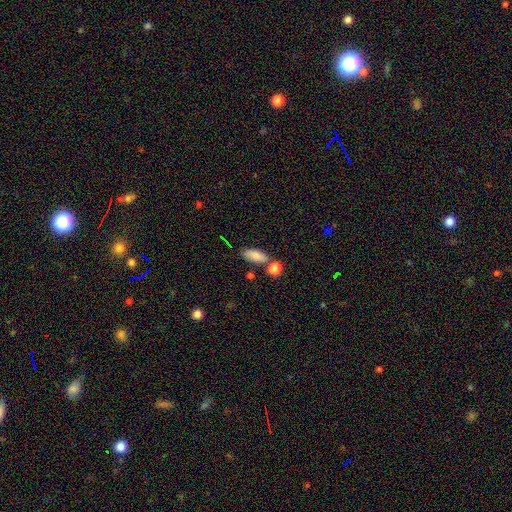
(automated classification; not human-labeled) A smooth galaxy with no disk features (85%) that is in between round and cigar-shaped (80%). Merging: none (69%).